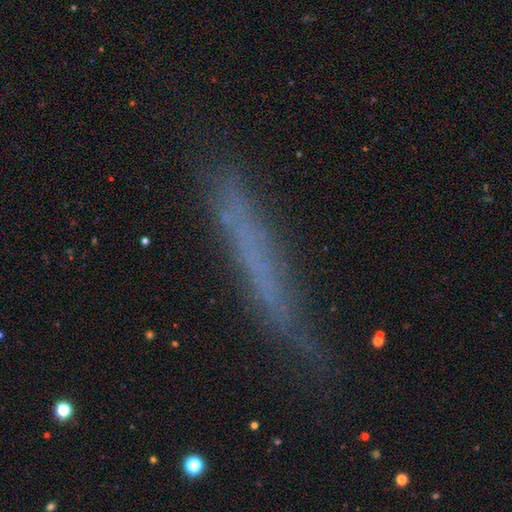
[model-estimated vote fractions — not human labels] smooth-or-featured: smooth: 44% | featured or disk: 43% | star or artifact: 13%
  merging: none: 76% | minor disturbance: 16% | major disturbance: 5% | merger: 2%